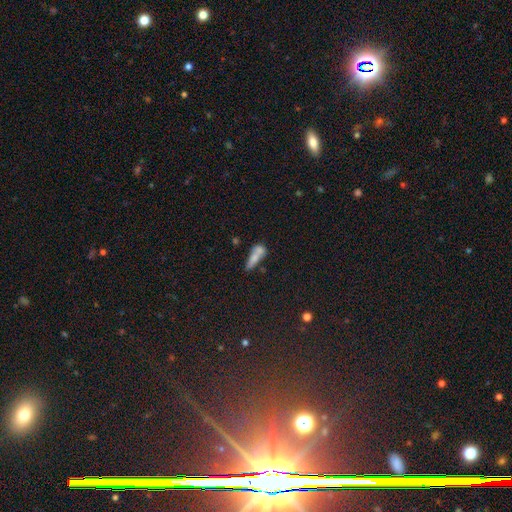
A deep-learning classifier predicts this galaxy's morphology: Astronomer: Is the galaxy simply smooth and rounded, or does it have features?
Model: smooth — 67%.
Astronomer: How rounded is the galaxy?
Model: cigar-shaped — 51% (runner-up: in between, 43%).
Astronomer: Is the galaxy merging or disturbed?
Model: merger — 43% (runner-up: none, 30%).